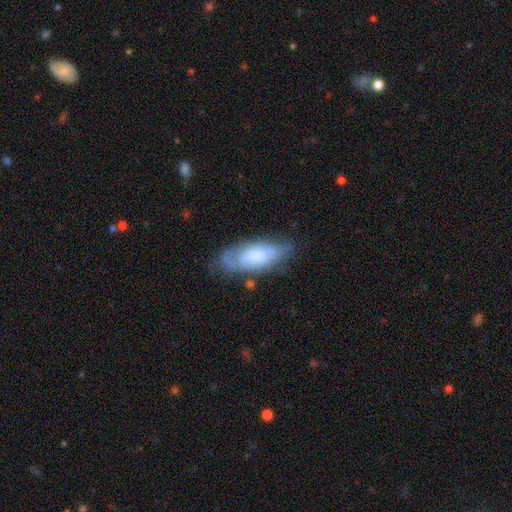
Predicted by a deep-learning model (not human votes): Morphology: type=featured or disk (49%); merging=none (54%).